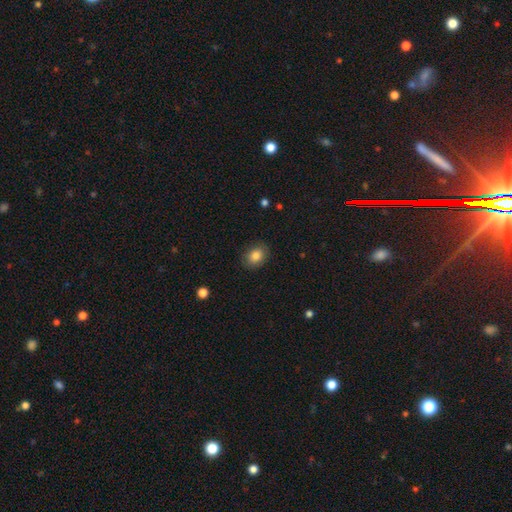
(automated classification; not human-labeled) A smooth galaxy with no disk features (84%) that is in between round and cigar-shaped (67%).

Vote fractions:
- Smooth or featured? smooth: 84% / star or artifact: 9% / featured or disk: 7%
- How rounded? in between: 67% / round: 32% / cigar-shaped: 1%
- Merging? none: 86% / minor disturbance: 11% / major disturbance: 3% / merger: 1%